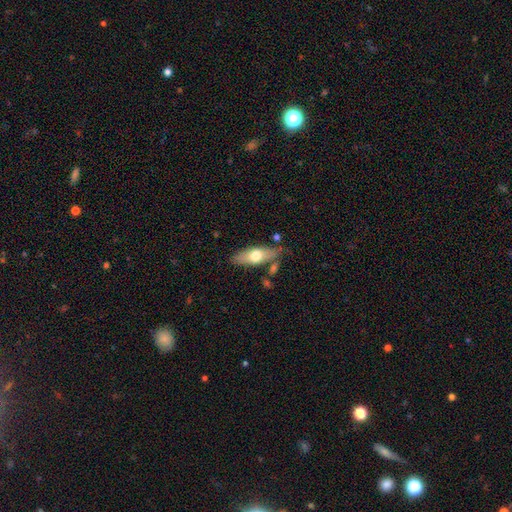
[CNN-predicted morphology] smooth-or-featured: smooth: 60% | featured or disk: 35% | star or artifact: 6%
  how-rounded: in between: 68% | cigar-shaped: 29% | round: 3%
  merging: none: 76% | minor disturbance: 14% | merger: 6% | major disturbance: 3%